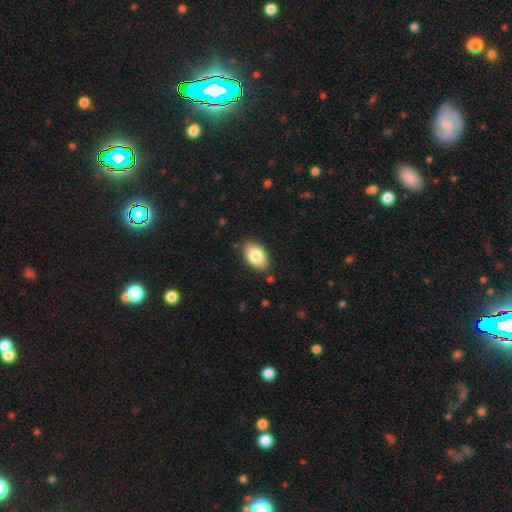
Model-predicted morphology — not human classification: smooth 81%, featured or disk 13%, star or artifact 7%. Down the decision tree: how rounded — in between (92%); merging — none (84%).